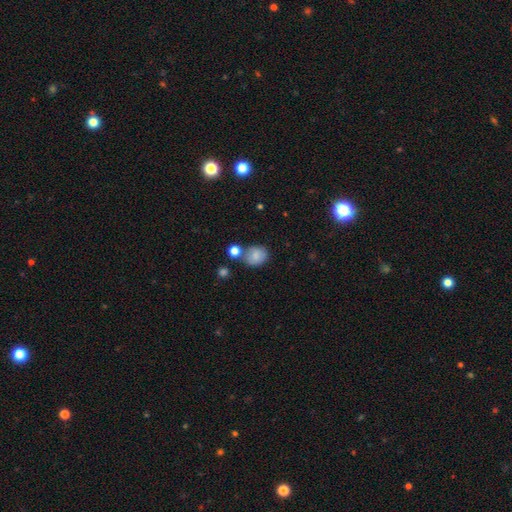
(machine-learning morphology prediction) type=smooth (80%); roundness=round (63%); merging=none (62%).